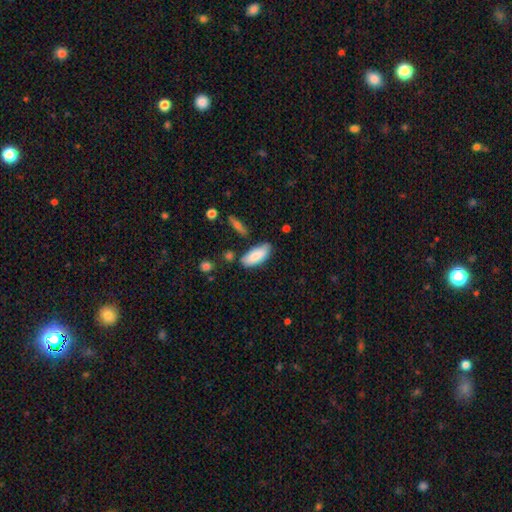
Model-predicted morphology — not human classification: smooth_or_featured: smooth (p=0.82) [alt: featured or disk p=0.11]
how_rounded: in between (p=0.86) [alt: cigar-shaped p=0.12]
merging: none (p=0.71) [alt: minor disturbance p=0.20]